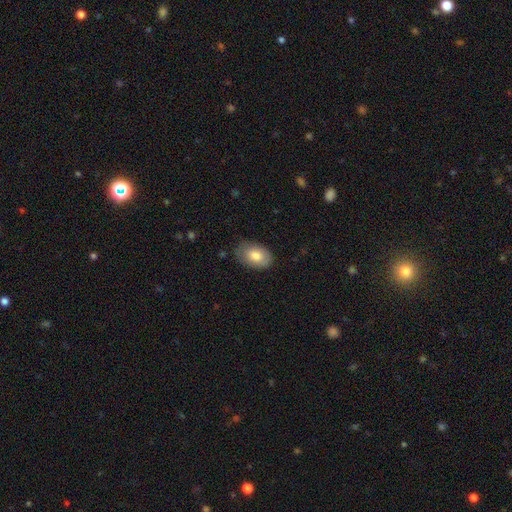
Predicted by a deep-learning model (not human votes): smooth-or-featured: smooth: 80% | featured or disk: 13% | star or artifact: 6%
  how-rounded: in between: 90% | round: 9% | cigar-shaped: 1%
  merging: none: 78% | minor disturbance: 17% | major disturbance: 3% | merger: 1%